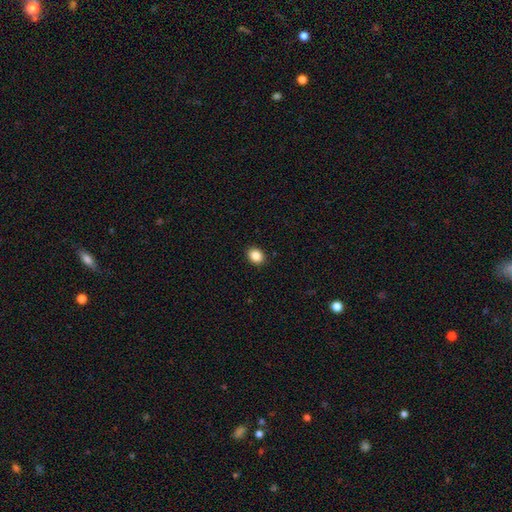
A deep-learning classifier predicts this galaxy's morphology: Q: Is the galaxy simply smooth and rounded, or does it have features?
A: smooth — 87%.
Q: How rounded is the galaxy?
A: round — 54%.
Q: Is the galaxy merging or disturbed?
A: none — 91%.